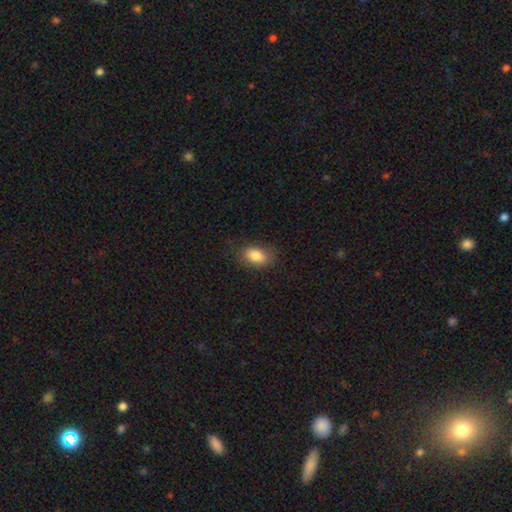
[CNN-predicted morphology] A smooth galaxy with no disk features (84%) that is in between round and cigar-shaped (86%).

Vote fractions:
- Smooth or featured? smooth: 84% / featured or disk: 8% / star or artifact: 8%
- How rounded? in between: 86% / round: 12% / cigar-shaped: 2%
- Merging? none: 79% / minor disturbance: 16% / major disturbance: 4% / merger: 1%